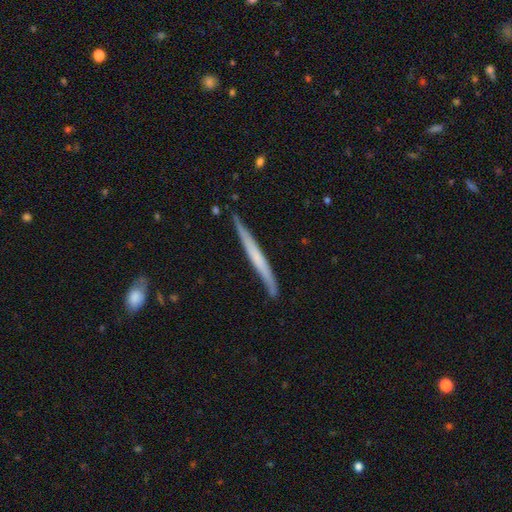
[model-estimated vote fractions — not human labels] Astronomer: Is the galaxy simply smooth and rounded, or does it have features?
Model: featured or disk — 52% (runner-up: smooth, 42%).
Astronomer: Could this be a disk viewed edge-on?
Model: yes — 96%.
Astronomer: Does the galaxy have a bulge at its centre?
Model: none — 79%.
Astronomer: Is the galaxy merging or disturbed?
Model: none — 83%.